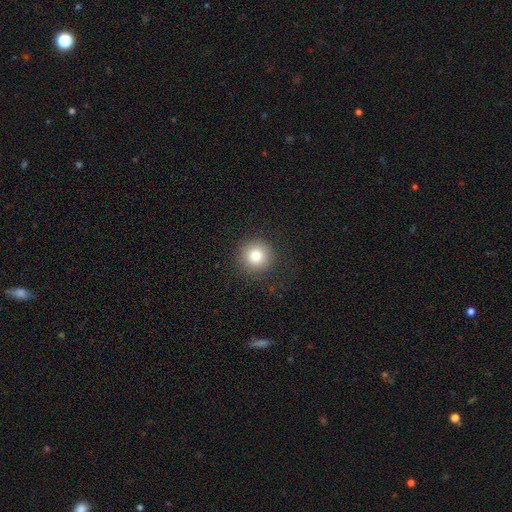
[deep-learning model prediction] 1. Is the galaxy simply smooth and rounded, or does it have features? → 82% smooth, 10% star or artifact, 8% featured or disk.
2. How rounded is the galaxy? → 95% round, 4% in between, 1% cigar-shaped.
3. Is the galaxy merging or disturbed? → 88% none, 8% minor disturbance, 3% major disturbance, 1% merger.